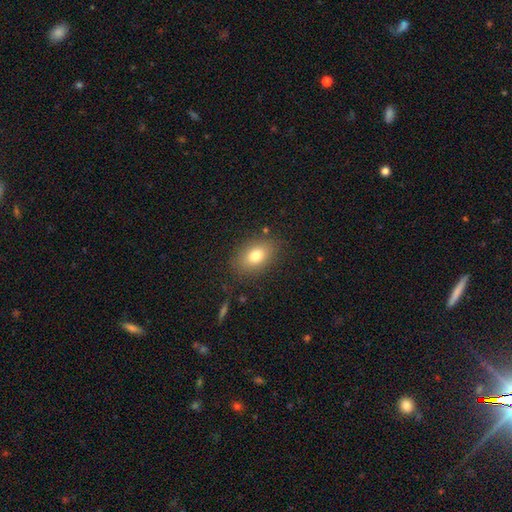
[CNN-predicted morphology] Smooth or featured? Predicted: smooth (p=0.78). How rounded? Predicted: in between (p=0.83). Merging? Predicted: none (p=0.83).